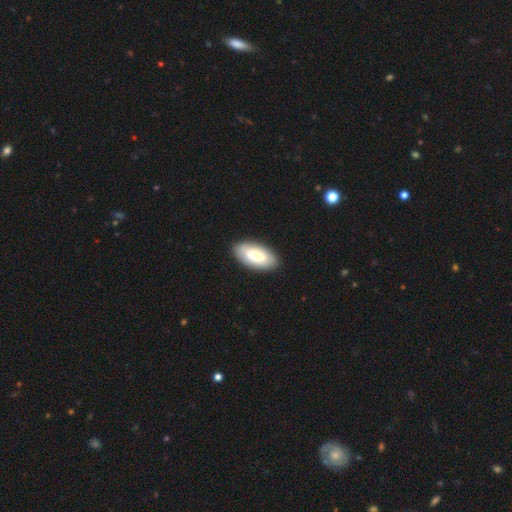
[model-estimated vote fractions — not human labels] The model was most divided on "smooth or featured": smooth: 75%, featured or disk: 20%, star or artifact: 6%. More confident: how rounded — in between (91%); merging — none (88%).